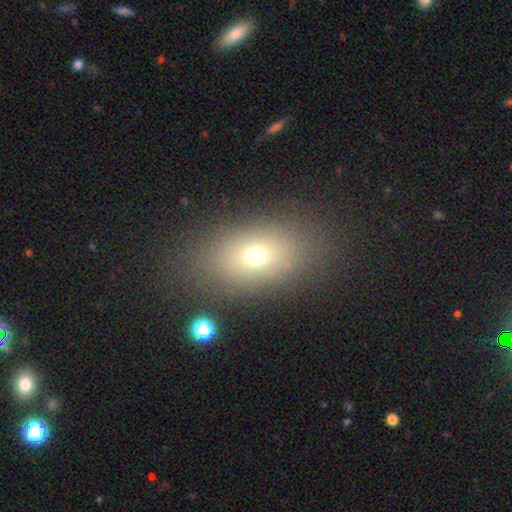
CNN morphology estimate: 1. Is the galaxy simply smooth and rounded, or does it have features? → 68% smooth, 17% featured or disk, 15% star or artifact.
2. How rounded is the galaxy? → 79% in between, 17% round, 3% cigar-shaped.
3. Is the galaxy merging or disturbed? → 83% none, 10% minor disturbance, 5% major disturbance, 2% merger.